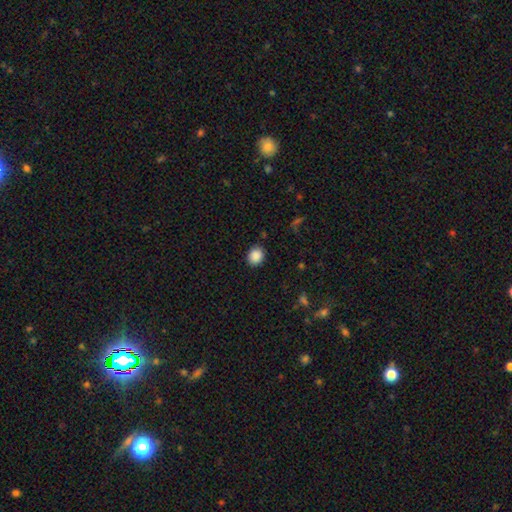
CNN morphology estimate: Smooth or featured? smooth (88%)
How rounded? round (67%)
Merging? none (87%)